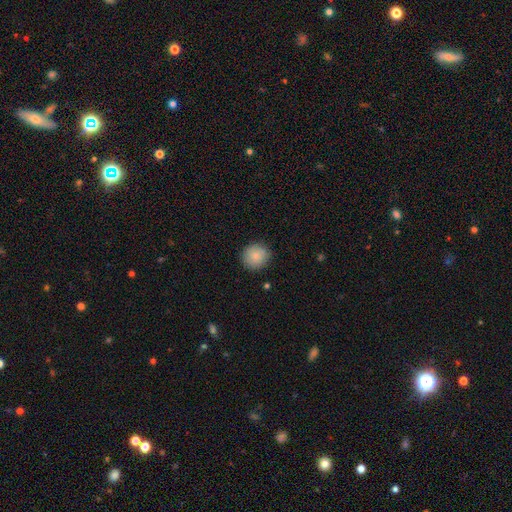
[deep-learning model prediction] Smooth or featured: smooth — 84% (star or artifact — 8%)
How rounded: round — 90% (in between — 9%)
Merging: none — 88% (minor disturbance — 9%)